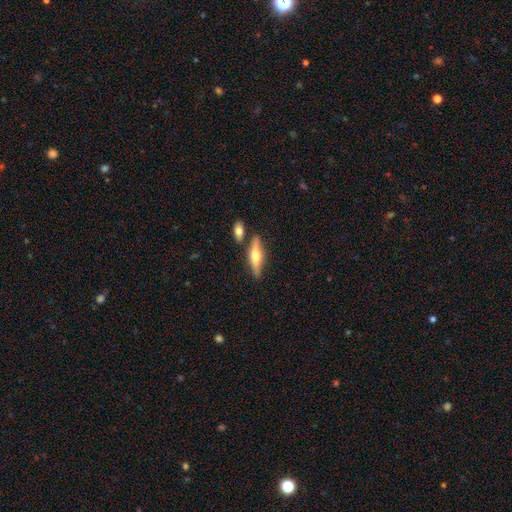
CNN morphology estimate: This is possibly a featured or disk galaxy (53%). It is clearly viewed edge-on (93%). Merging: likely none (74%).